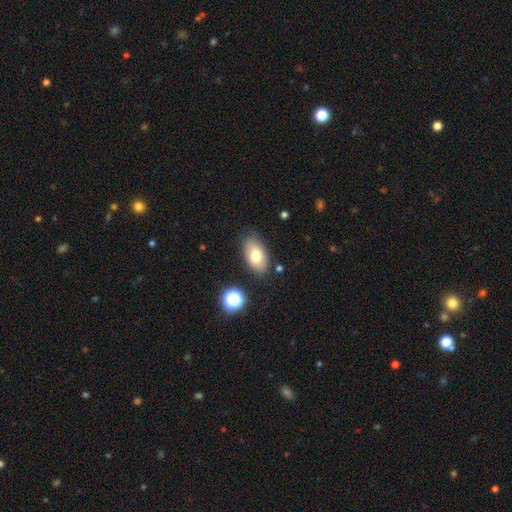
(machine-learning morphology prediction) type=smooth (73%); roundness=in between (91%); merging=none (81%).